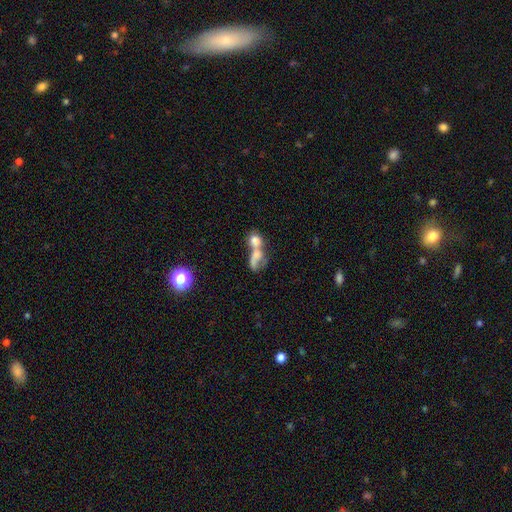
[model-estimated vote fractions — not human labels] Smooth or featured?
  - smooth: 59% *
  - featured or disk: 28%
  - star or artifact: 13%
How rounded?
  - in between: 58% *
  - round: 34%
  - cigar-shaped: 8%
Merging?
  - merger: 71% *
  - none: 12%
  - major disturbance: 12%
  - minor disturbance: 6%